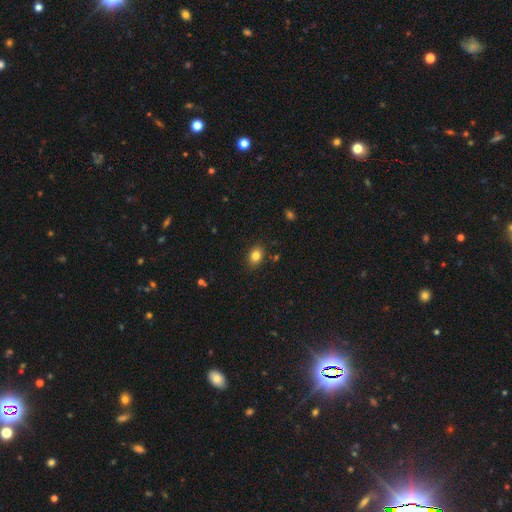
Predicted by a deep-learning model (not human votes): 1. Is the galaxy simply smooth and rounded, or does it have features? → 83% smooth, 10% star or artifact, 7% featured or disk.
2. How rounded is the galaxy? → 70% in between, 29% round, 1% cigar-shaped.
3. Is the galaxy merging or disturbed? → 86% none, 10% minor disturbance, 2% major disturbance, 2% merger.